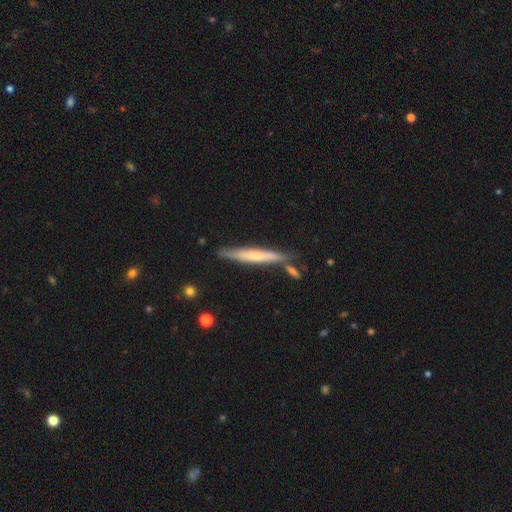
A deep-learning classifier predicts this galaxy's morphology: smooth-or-featured: smooth: 49% | featured or disk: 46% | star or artifact: 6%
  merging: none: 73% | minor disturbance: 14% | merger: 10% | major disturbance: 3%